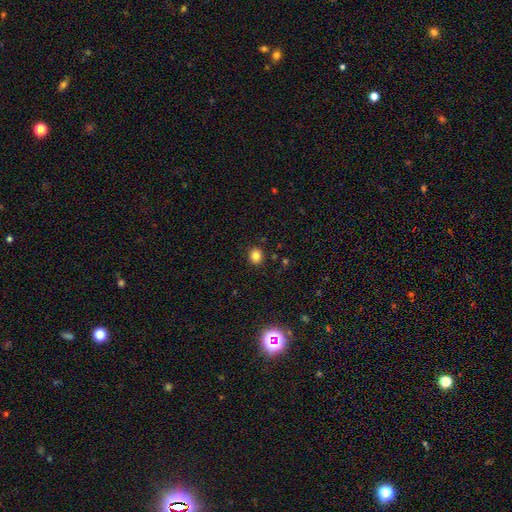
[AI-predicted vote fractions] Smooth or featured? smooth (84%)
How rounded? round (77%)
Merging? none (89%)